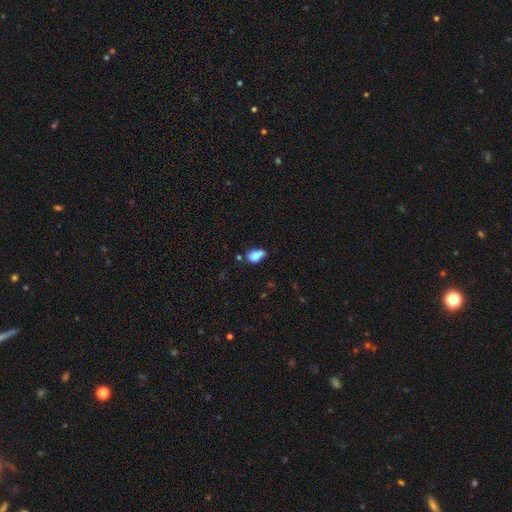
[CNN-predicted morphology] Q: Smooth or featured?
A: smooth (83%); runner-up: star or artifact (9%)
Q: How rounded?
A: in between (86%); runner-up: round (11%)
Q: Merging?
A: none (46%); runner-up: minor disturbance (35%)